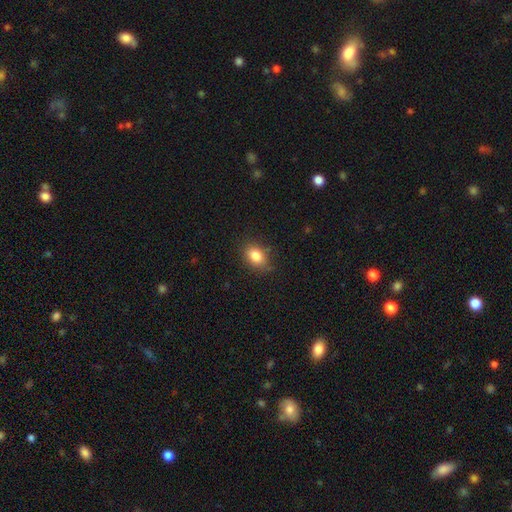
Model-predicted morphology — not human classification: Smooth or featured? Predicted: smooth (p=0.83). How rounded? Predicted: in between (p=0.72). Merging? Predicted: none (p=0.78).